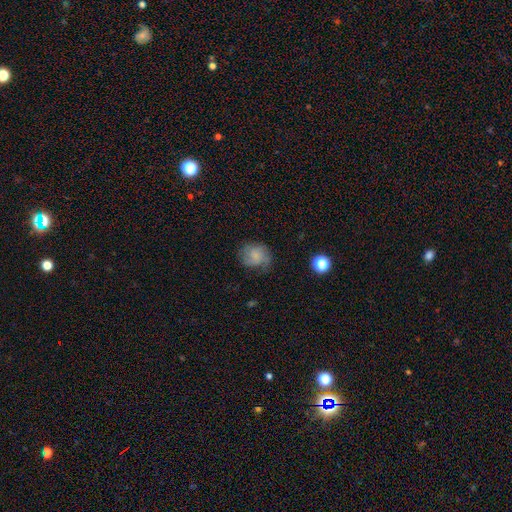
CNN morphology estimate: smooth-or-featured: smooth: 66% | featured or disk: 24% | star or artifact: 10%
  how-rounded: round: 69% | in between: 30% | cigar-shaped: 1%
  merging: none: 58% | minor disturbance: 28% | major disturbance: 12% | merger: 2%